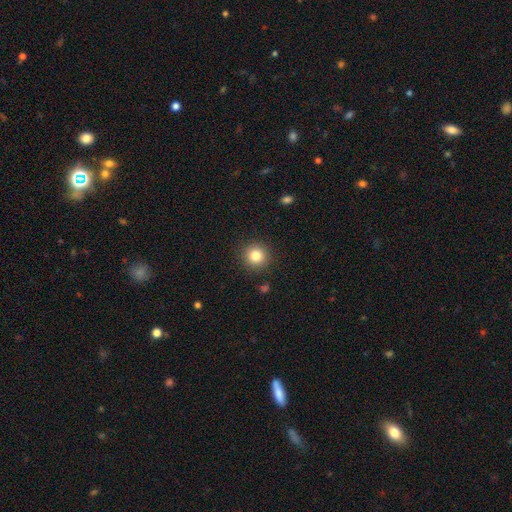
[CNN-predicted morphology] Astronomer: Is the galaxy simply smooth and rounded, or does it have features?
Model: smooth — 82%.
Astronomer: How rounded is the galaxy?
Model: round — 94%.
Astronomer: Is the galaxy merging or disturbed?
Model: none — 90%.